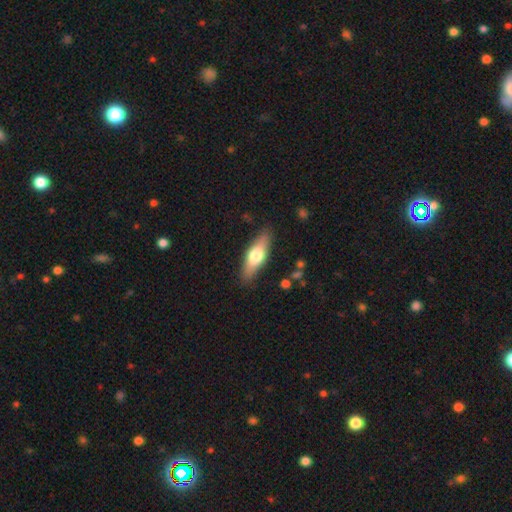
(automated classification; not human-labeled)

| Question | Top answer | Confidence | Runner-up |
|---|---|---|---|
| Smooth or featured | smooth | 57% | featured or disk (37%) |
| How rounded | in between | 53% | cigar-shaped (45%) |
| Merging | none | 86% | minor disturbance (10%) |